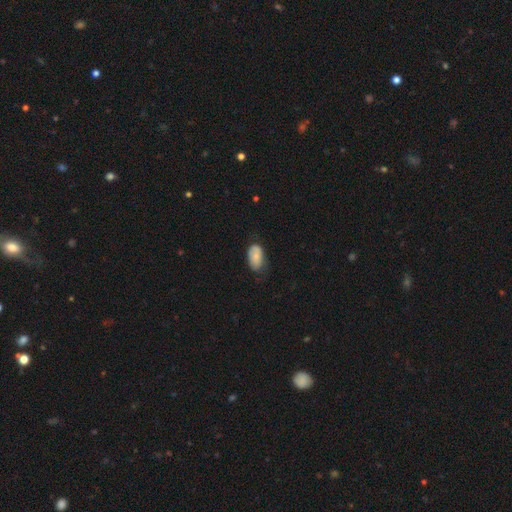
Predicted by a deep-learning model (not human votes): A smooth galaxy with no disk features (71%) that is in between round and cigar-shaped (92%).

Vote fractions:
- Smooth or featured? smooth: 71% / featured or disk: 22% / star or artifact: 7%
- How rounded? in between: 92% / round: 6% / cigar-shaped: 2%
- Merging? none: 56% / minor disturbance: 33% / major disturbance: 9% / merger: 2%